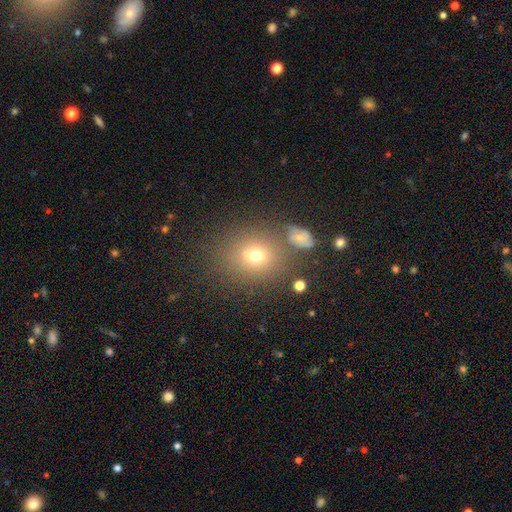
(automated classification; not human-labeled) smooth-or-featured: smooth: 70% | star or artifact: 17% | featured or disk: 13%
  how-rounded: round: 75% | in between: 24% | cigar-shaped: 1%
  merging: none: 72% | minor disturbance: 12% | merger: 9% | major disturbance: 6%